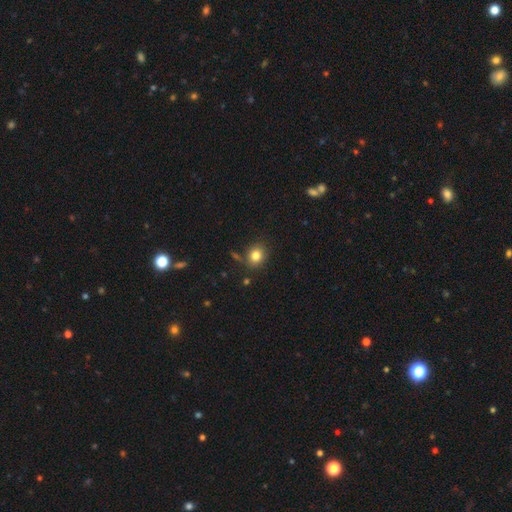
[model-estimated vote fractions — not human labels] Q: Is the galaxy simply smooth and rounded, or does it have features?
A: smooth — 82%.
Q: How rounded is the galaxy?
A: round — 69%.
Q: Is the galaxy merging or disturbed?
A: none — 79%.